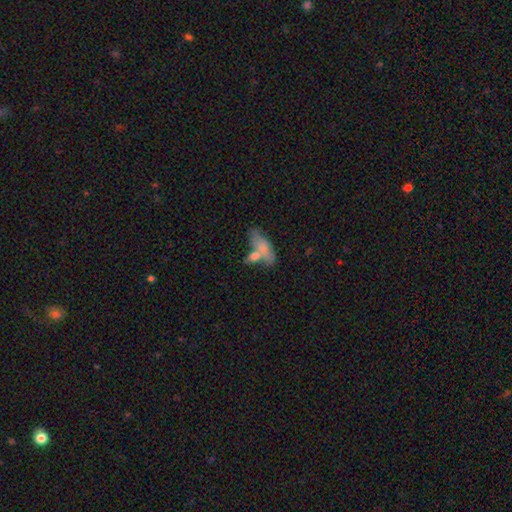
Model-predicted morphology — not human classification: Smooth or featured: smooth — 71% (featured or disk — 22%)
How rounded: in between — 69% (cigar-shaped — 25%)
Merging: merger — 41% (none — 36%)